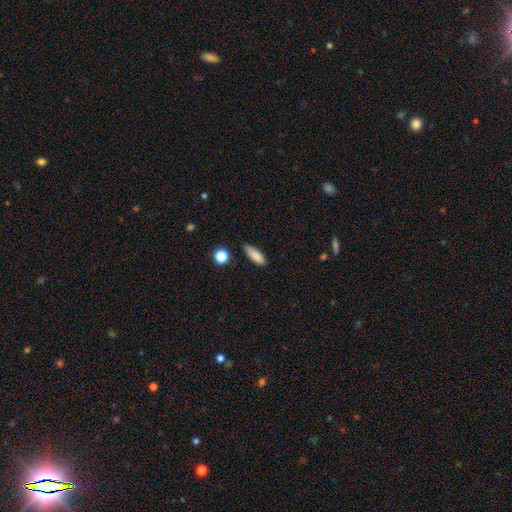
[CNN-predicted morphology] Overall: smooth (85%). How rounded: in between (57%; cigar-shaped 40%). Merging: none (77%).